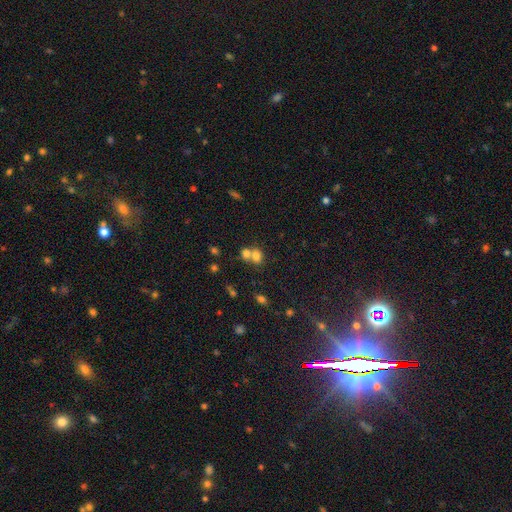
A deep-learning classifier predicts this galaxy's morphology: Smooth or featured: smooth — 73% (star or artifact — 15%)
How rounded: in between — 53% (round — 45%)
Merging: merger — 62% (none — 28%)